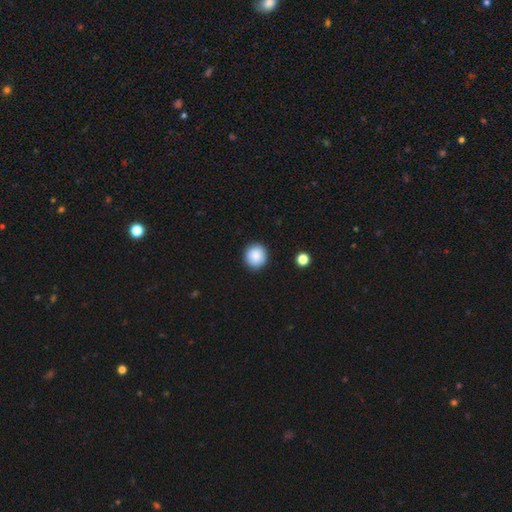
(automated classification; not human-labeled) smooth 88%, star or artifact 8%, featured or disk 4%. Down the decision tree: how rounded — round (92%); merging — none (91%).